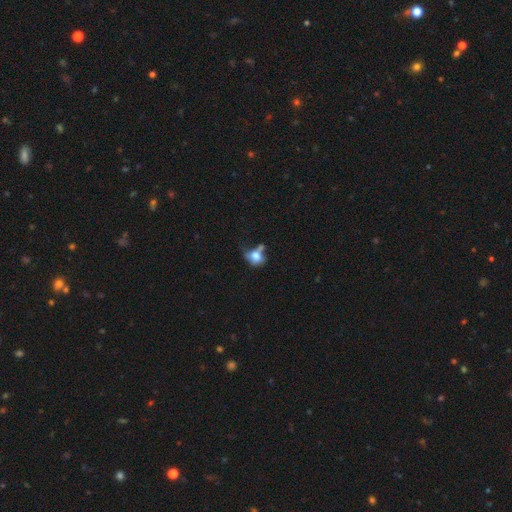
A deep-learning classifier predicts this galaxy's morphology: Q: Smooth or featured?
A: smooth (71%); runner-up: featured or disk (18%)
Q: How rounded?
A: round (50%); runner-up: in between (48%)
Q: Merging?
A: none (32%); runner-up: merger (28%)